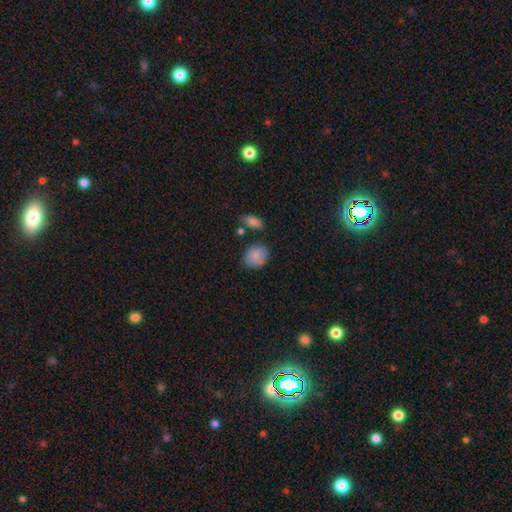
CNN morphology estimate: smooth_or_featured: smooth (p=0.79) [alt: featured or disk p=0.14]
how_rounded: round (p=0.52) [alt: in between p=0.47]
merging: none (p=0.65) [alt: minor disturbance p=0.20]